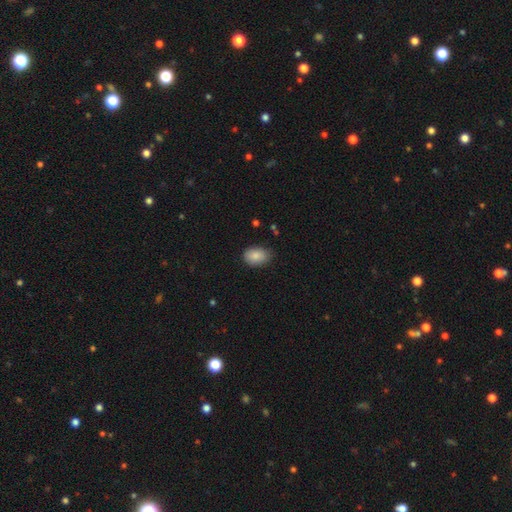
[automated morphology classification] Q: Smooth or featured?
A: smooth (87%); runner-up: star or artifact (7%)
Q: How rounded?
A: in between (84%); runner-up: round (15%)
Q: Merging?
A: none (74%); runner-up: minor disturbance (21%)